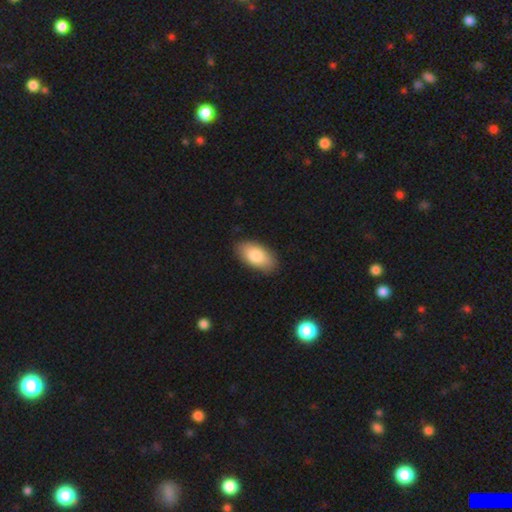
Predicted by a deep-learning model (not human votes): smooth_or_featured: smooth (p=0.83) [alt: featured or disk p=0.11]
how_rounded: in between (p=0.94) [alt: round p=0.03]
merging: none (p=0.86) [alt: minor disturbance p=0.11]